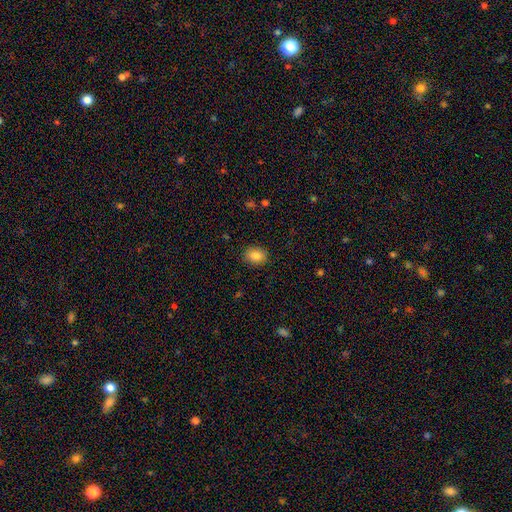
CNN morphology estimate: Smooth or featured? Predicted: smooth (p=0.85). How rounded? Predicted: in between (p=0.63). Merging? Predicted: none (p=0.89).